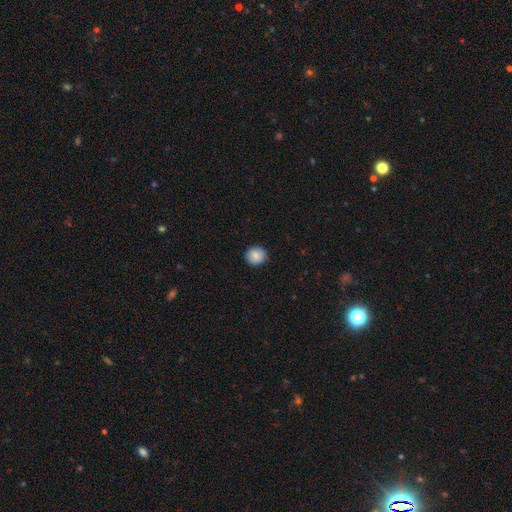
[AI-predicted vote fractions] This is clearly a smooth galaxy (85%). How rounded: clearly round (87%). Merging: clearly none (89%).